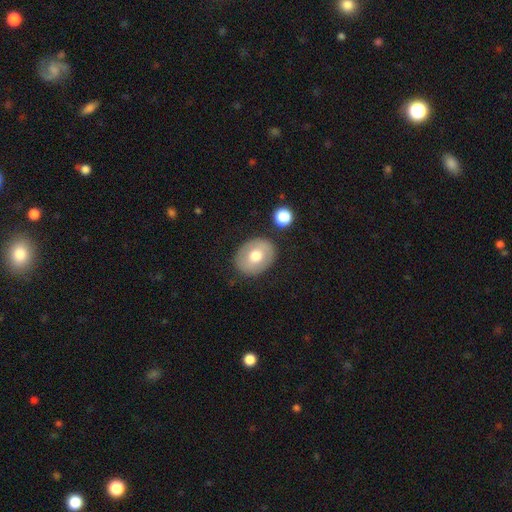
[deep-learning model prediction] Overall: smooth (64%; featured or disk 29%). How rounded: in between (57%; round 42%). Merging: none (83%).